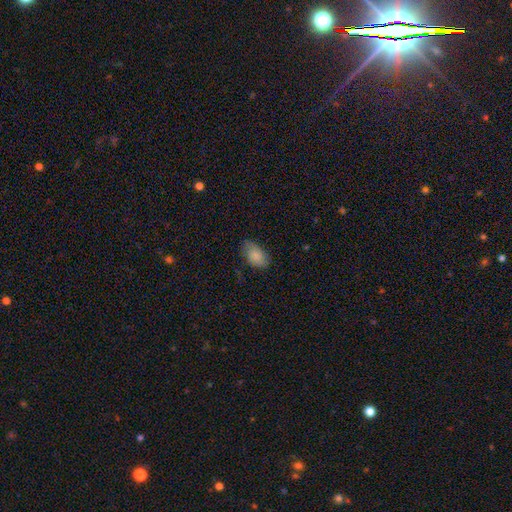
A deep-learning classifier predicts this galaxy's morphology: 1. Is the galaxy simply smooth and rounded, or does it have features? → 80% smooth, 13% featured or disk, 7% star or artifact.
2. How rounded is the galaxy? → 91% in between, 7% round, 2% cigar-shaped.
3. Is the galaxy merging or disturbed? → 64% none, 28% minor disturbance, 7% major disturbance, 1% merger.